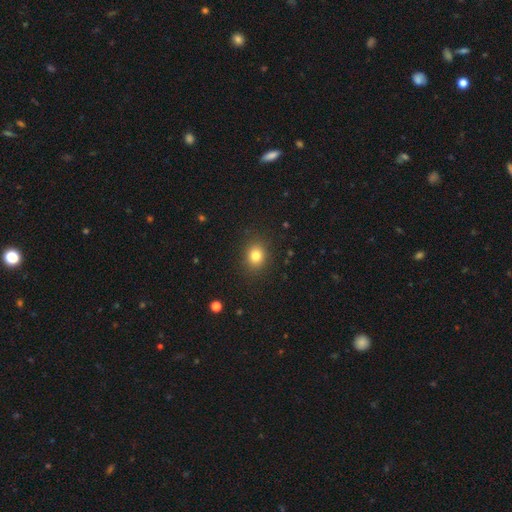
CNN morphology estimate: smooth 81%, star or artifact 12%, featured or disk 7%. Down the decision tree: how rounded — round (65%); merging — none (88%).